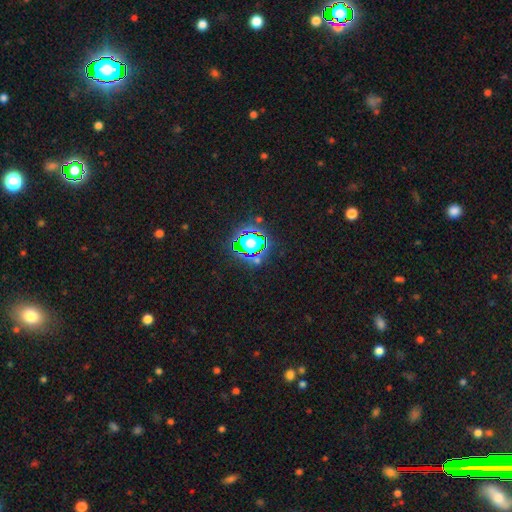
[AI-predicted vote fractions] A star or artifact, not a galaxy (72%).